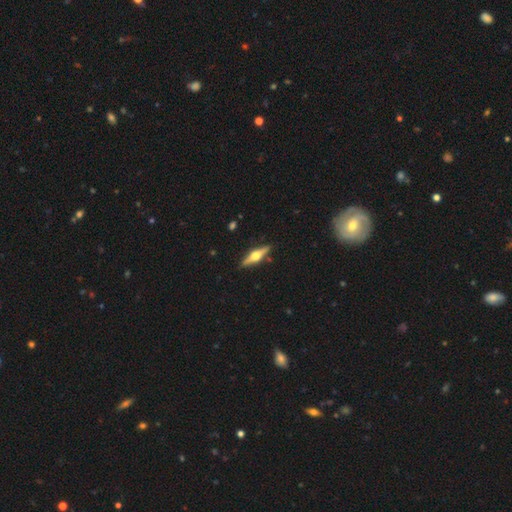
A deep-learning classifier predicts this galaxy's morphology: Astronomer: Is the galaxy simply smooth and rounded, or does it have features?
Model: featured or disk — 73%.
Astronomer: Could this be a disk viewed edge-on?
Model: yes — 97%.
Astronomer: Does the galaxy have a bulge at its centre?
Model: rounded — 95%.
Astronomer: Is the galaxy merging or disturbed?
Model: none — 90%.